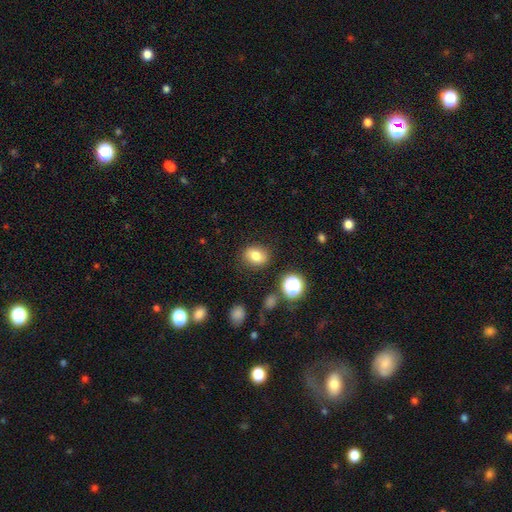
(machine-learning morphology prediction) This appears to be a smooth galaxy with no disk features (77%) that is round (51%). Merging: none (85%).